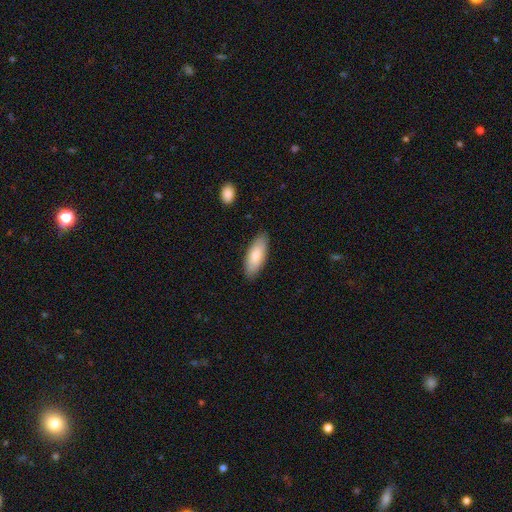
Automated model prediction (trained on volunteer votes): The model was most divided on "how rounded": in between: 75%, cigar-shaped: 24%, round: 2%. More confident: merging — none (87%); smooth or featured — smooth (83%).